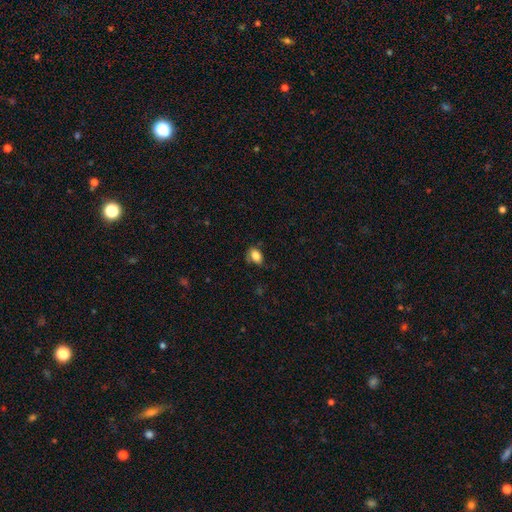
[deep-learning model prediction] Smooth or featured: smooth — 84% (star or artifact — 9%)
How rounded: in between — 84% (round — 15%)
Merging: none — 64% (minor disturbance — 26%)